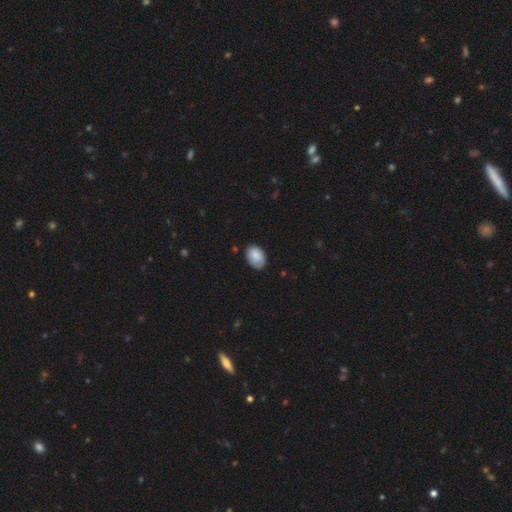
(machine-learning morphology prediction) Smooth or featured? Predicted: smooth (p=0.84). How rounded? Predicted: in between (p=0.83). Merging? Predicted: none (p=0.72).